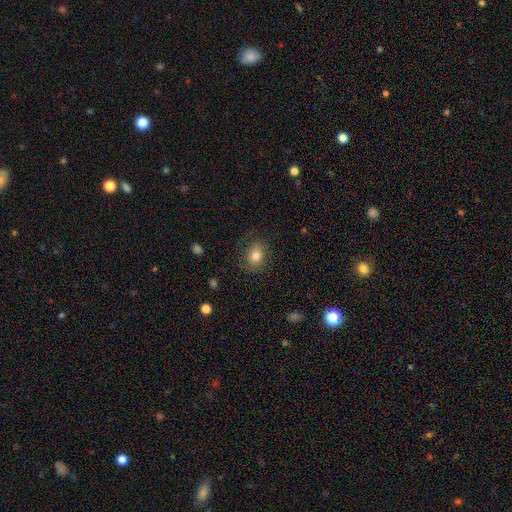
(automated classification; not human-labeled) This appears to be a smooth galaxy with no disk features (76%) that is round (55%). Merging: none (74%).